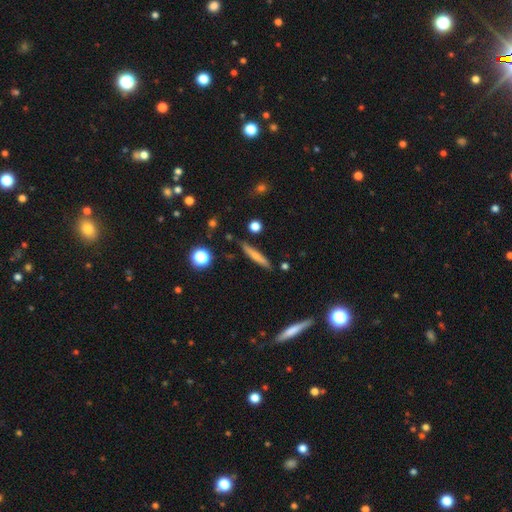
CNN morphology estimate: Smooth or featured? smooth (64%)
How rounded? cigar-shaped (91%)
Merging? none (85%)